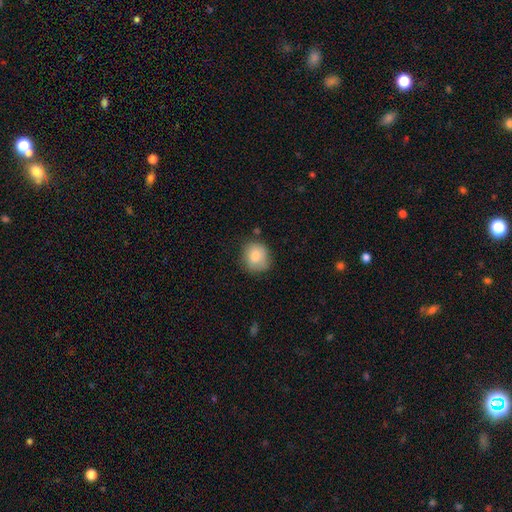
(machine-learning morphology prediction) smooth-or-featured: smooth: 81% | featured or disk: 11% | star or artifact: 8%
  how-rounded: round: 81% | in between: 18% | cigar-shaped: 1%
  merging: none: 75% | minor disturbance: 19% | major disturbance: 4% | merger: 3%